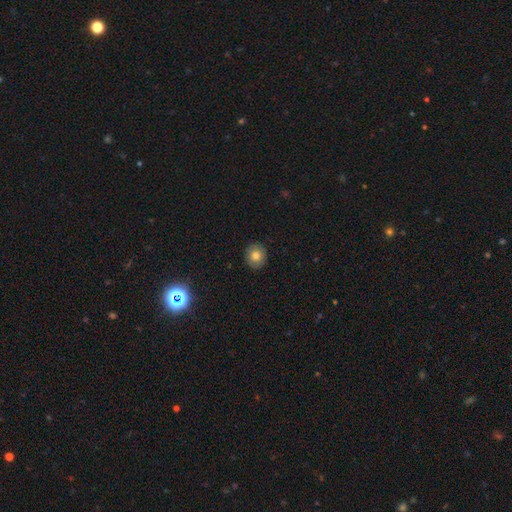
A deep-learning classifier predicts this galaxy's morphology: A smooth galaxy with no disk features (77%) that is round (81%). Merging: none (89%).